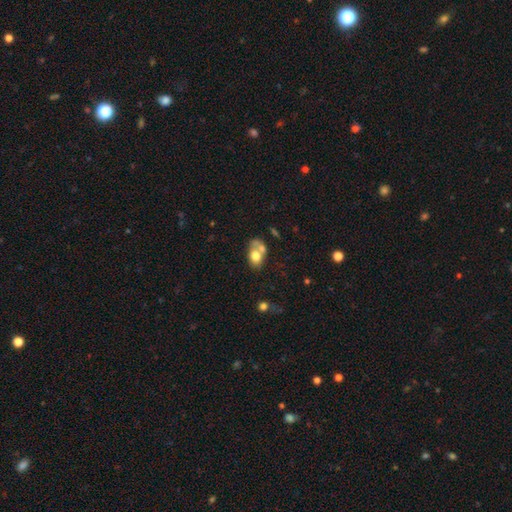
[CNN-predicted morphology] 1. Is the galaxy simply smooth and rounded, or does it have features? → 69% smooth, 23% featured or disk, 9% star or artifact.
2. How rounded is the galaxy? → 75% in between, 23% round, 1% cigar-shaped.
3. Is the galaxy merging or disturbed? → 51% merger, 26% none, 12% minor disturbance, 11% major disturbance.